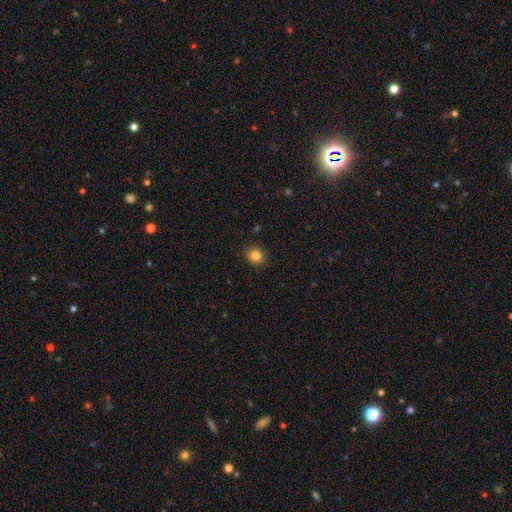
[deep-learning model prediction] Morphology: type=smooth (84%); roundness=round (81%); merging=none (91%).